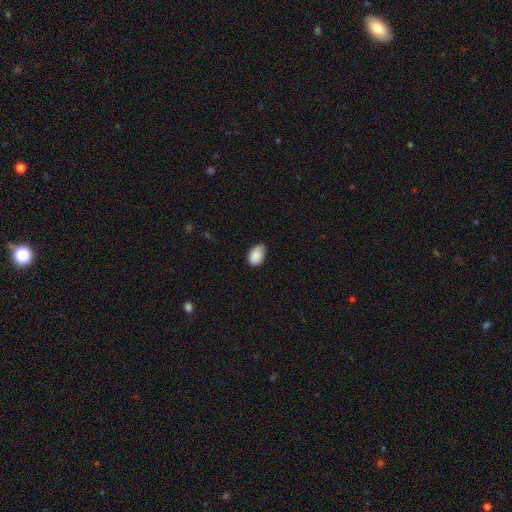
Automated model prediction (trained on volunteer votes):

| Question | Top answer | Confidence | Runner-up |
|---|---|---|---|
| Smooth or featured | smooth | 87% | star or artifact (7%) |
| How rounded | in between | 86% | round (13%) |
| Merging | none | 56% | minor disturbance (37%) |